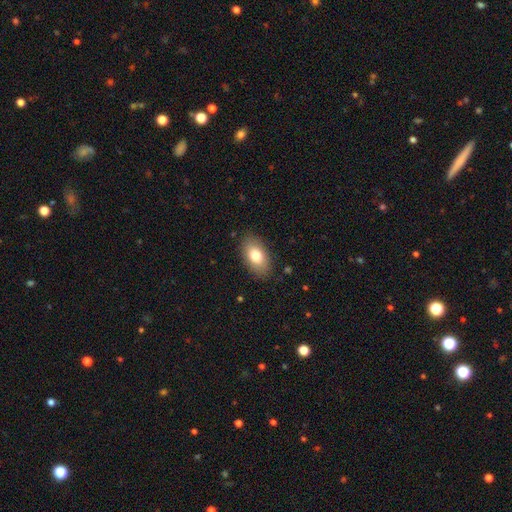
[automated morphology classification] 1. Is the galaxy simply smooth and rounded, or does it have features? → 78% smooth, 15% featured or disk, 7% star or artifact.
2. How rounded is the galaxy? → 92% in between, 6% round, 2% cigar-shaped.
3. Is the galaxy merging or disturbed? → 85% none, 11% minor disturbance, 3% major disturbance, 1% merger.